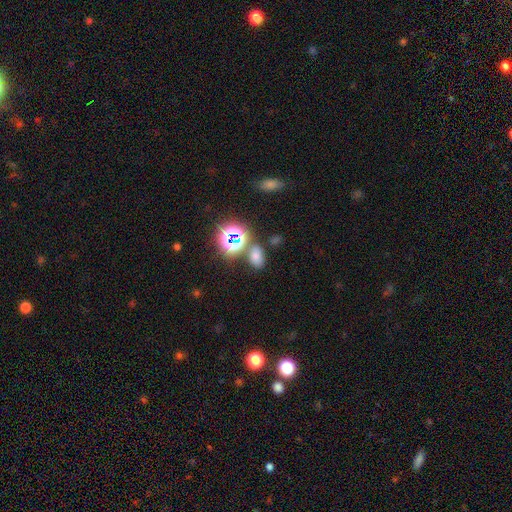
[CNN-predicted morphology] smooth 63%, star or artifact 29%, featured or disk 7%. Down the decision tree: how rounded — in between (84%); merging — none (74%).